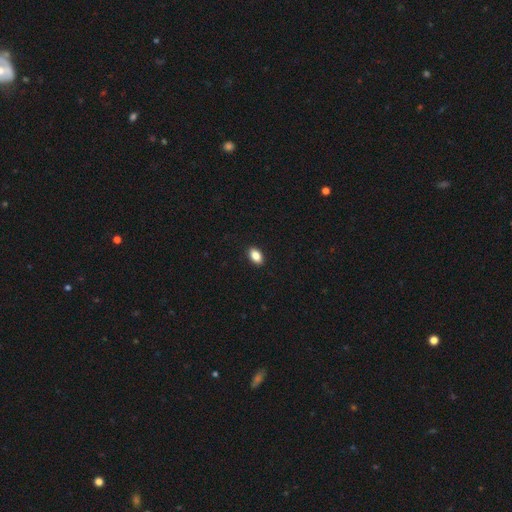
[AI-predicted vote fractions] smooth-or-featured: smooth: 87% | star or artifact: 8% | featured or disk: 5%
  how-rounded: in between: 90% | round: 8% | cigar-shaped: 2%
  merging: none: 91% | minor disturbance: 7% | major disturbance: 2% | merger: 1%